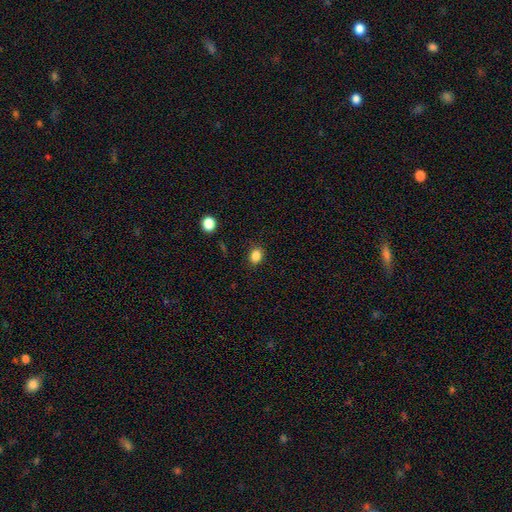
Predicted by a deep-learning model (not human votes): This appears to be a smooth galaxy with no disk features (85%) that is round (51%). Merging: none (87%).